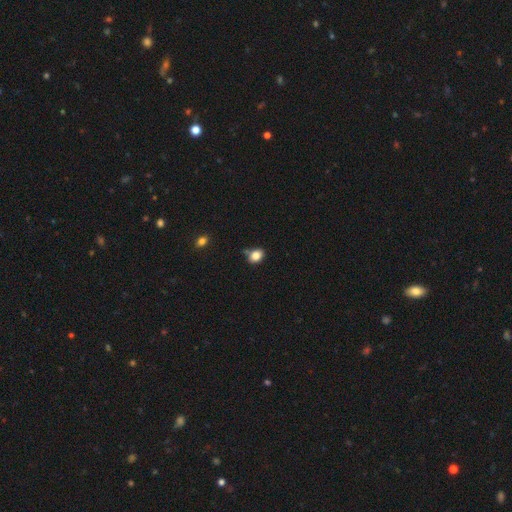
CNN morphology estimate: smooth_or_featured: smooth (p=0.83) [alt: star or artifact p=0.11]
how_rounded: in between (p=0.53) [alt: round p=0.46]
merging: none (p=0.65) [alt: minor disturbance p=0.21]